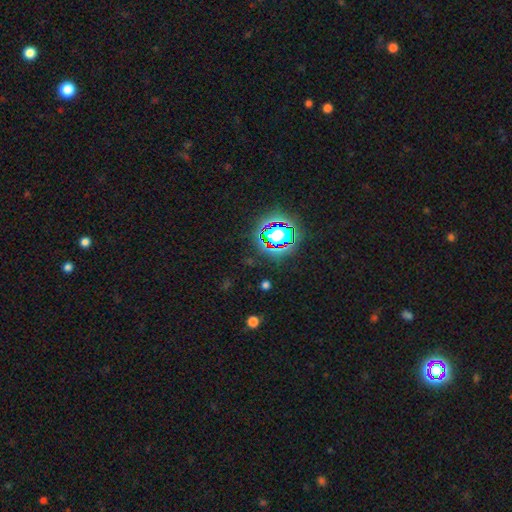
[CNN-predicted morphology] This appears to be a star or artifact, not a galaxy (79%).